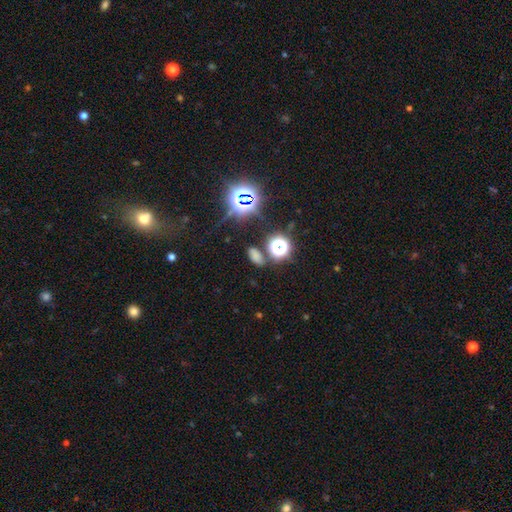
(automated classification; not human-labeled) Smooth or featured: smooth — 55% (star or artifact — 36%)
How rounded: in between — 81% (round — 14%)
Merging: none — 75% (minor disturbance — 13%)